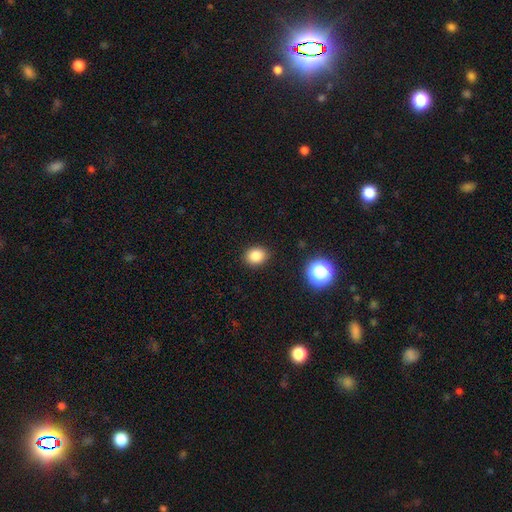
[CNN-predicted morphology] Overall: smooth (84%). How rounded: round (58%; in between 41%). Merging: none (88%).